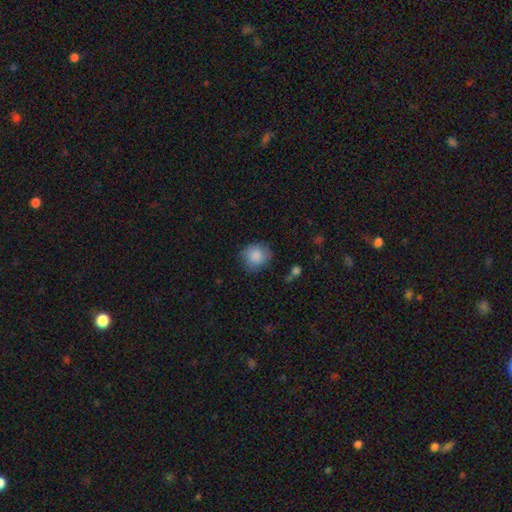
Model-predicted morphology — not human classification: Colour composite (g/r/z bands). It shows a smooth galaxy with no disk features (86%) that is round (86%). Merging: none (77%).